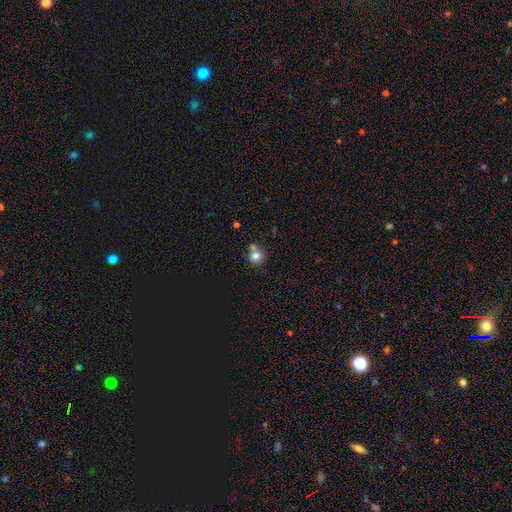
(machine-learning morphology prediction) Q: Smooth or featured?
A: smooth (79%); runner-up: star or artifact (12%)
Q: How rounded?
A: round (84%); runner-up: in between (15%)
Q: Merging?
A: none (54%); runner-up: merger (30%)